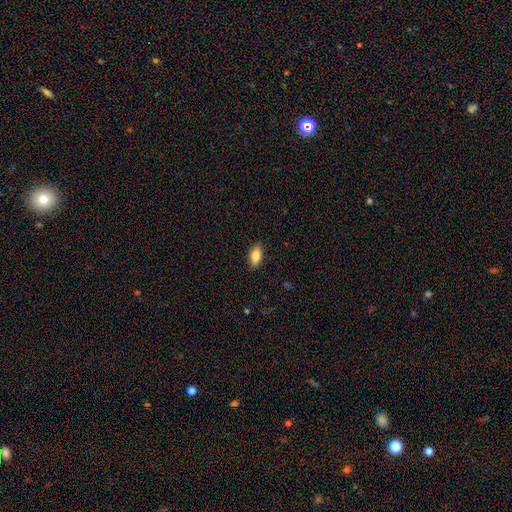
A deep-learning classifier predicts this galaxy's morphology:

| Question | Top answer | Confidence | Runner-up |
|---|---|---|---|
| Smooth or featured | smooth | 81% | featured or disk (12%) |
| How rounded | in between | 86% | cigar-shaped (11%) |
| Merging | none | 88% | minor disturbance (9%) |